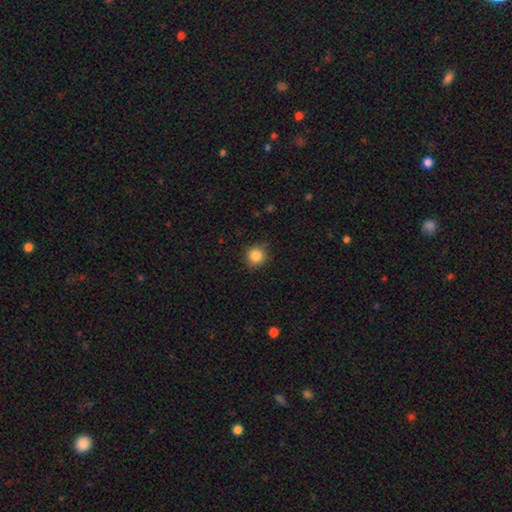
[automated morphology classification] Q: Smooth or featured?
A: smooth (86%); runner-up: star or artifact (10%)
Q: How rounded?
A: round (92%); runner-up: in between (7%)
Q: Merging?
A: none (85%); runner-up: minor disturbance (11%)